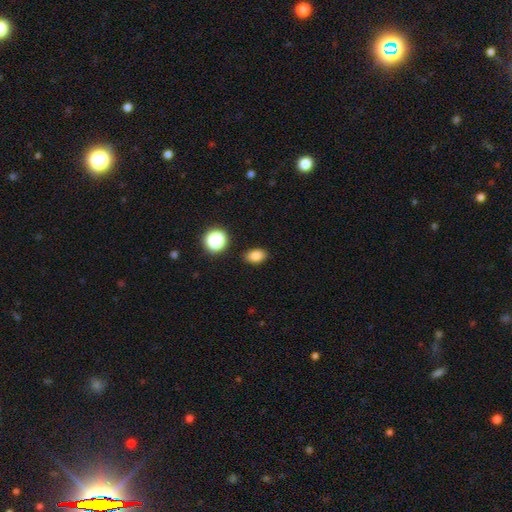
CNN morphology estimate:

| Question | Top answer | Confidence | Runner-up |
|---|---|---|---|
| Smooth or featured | smooth | 82% | star or artifact (13%) |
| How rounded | in between | 76% | round (23%) |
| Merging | none | 87% | minor disturbance (9%) |